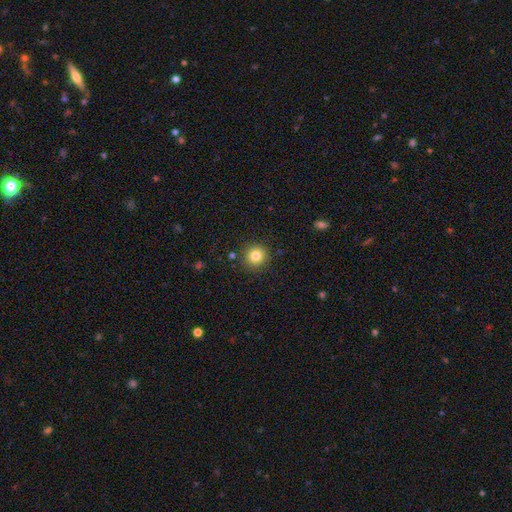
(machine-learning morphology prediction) Smooth or featured? Predicted: smooth (p=0.82). How rounded? Predicted: round (p=0.93). Merging? Predicted: none (p=0.89).